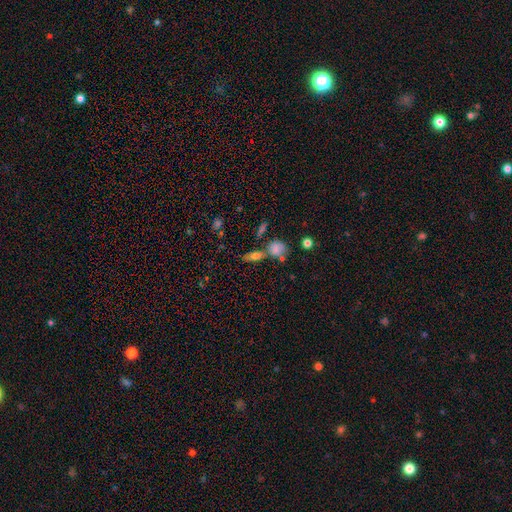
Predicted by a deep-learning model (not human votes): A smooth galaxy with no disk features (61%) that is in between round and cigar-shaped (59%).

Vote fractions:
- Smooth or featured? smooth: 61% / featured or disk: 23% / star or artifact: 16%
- How rounded? in between: 59% / cigar-shaped: 21% / round: 19%
- Merging? none: 56% / merger: 25% / minor disturbance: 13% / major disturbance: 6%